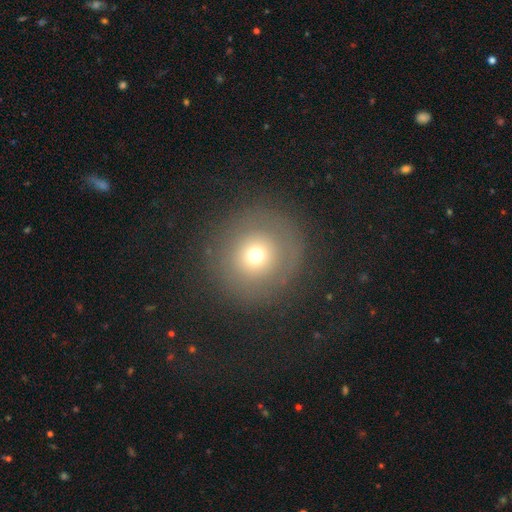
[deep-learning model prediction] Smooth or featured?
  - smooth: 65% *
  - featured or disk: 20%
  - star or artifact: 15%
How rounded?
  - round: 94% *
  - in between: 5%
  - cigar-shaped: 1%
Merging?
  - none: 83% *
  - minor disturbance: 9%
  - major disturbance: 6%
  - merger: 1%